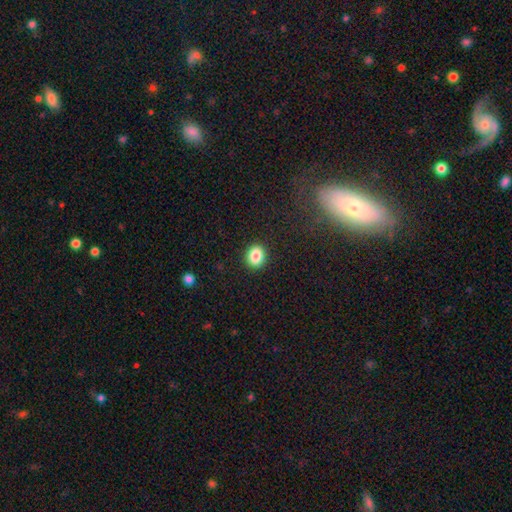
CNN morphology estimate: This is clearly a smooth galaxy (85%). How rounded: likely round (65%). Merging: clearly none (91%).